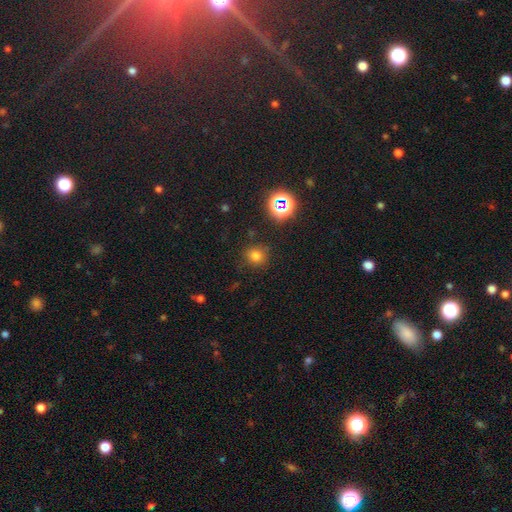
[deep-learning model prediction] This is likely a smooth galaxy (72%). How rounded: clearly round (85%). Merging: clearly none (83%).